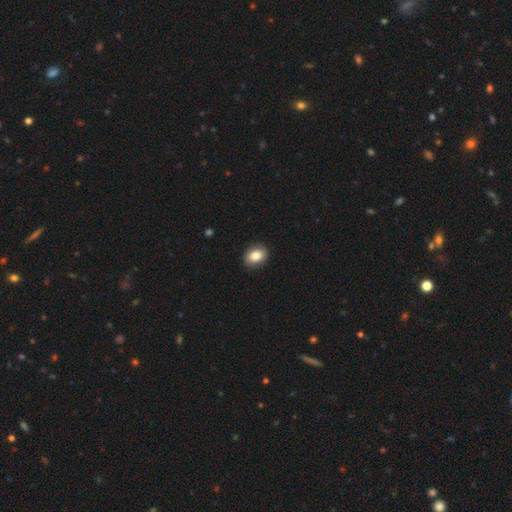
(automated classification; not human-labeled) Smooth or featured: smooth — 84% (featured or disk — 8%)
How rounded: in between — 66% (round — 32%)
Merging: none — 89% (minor disturbance — 8%)